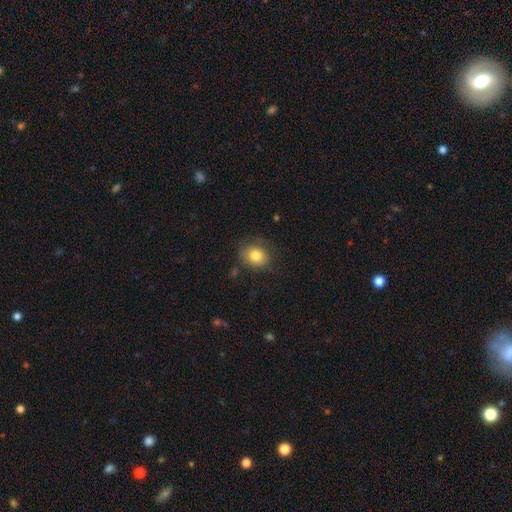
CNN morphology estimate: Smooth or featured? smooth (80%)
How rounded? round (63%)
Merging? none (75%)